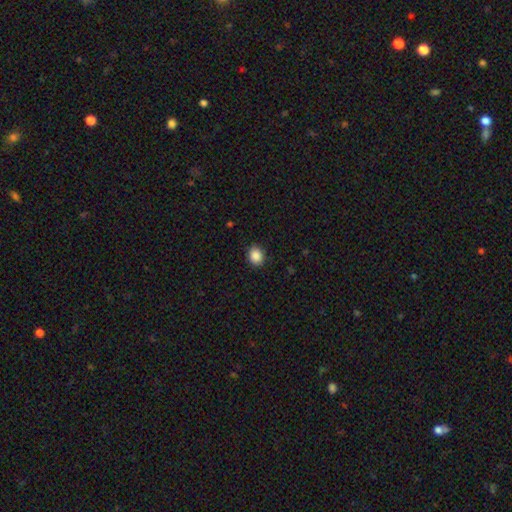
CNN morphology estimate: smooth_or_featured: smooth (p=0.88) [alt: star or artifact p=0.09]
how_rounded: round (p=0.63) [alt: in between p=0.36]
merging: none (p=0.90) [alt: minor disturbance p=0.07]